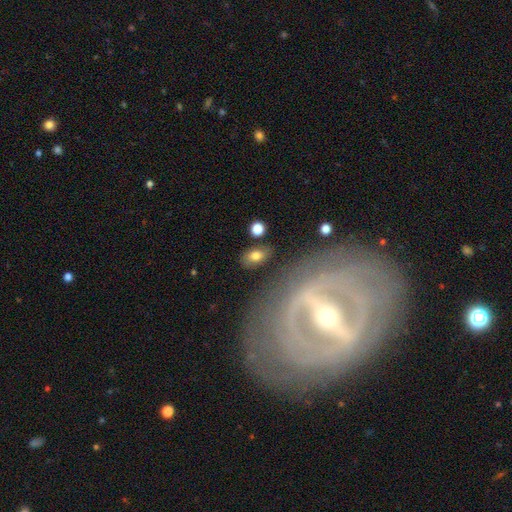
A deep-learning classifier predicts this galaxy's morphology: A smooth galaxy with no disk features (75%) that is in between round and cigar-shaped (86%).

Vote fractions:
- Smooth or featured? smooth: 75% / featured or disk: 16% / star or artifact: 9%
- How rounded? in between: 86% / round: 12% / cigar-shaped: 2%
- Merging? none: 79% / minor disturbance: 12% / merger: 5% / major disturbance: 4%